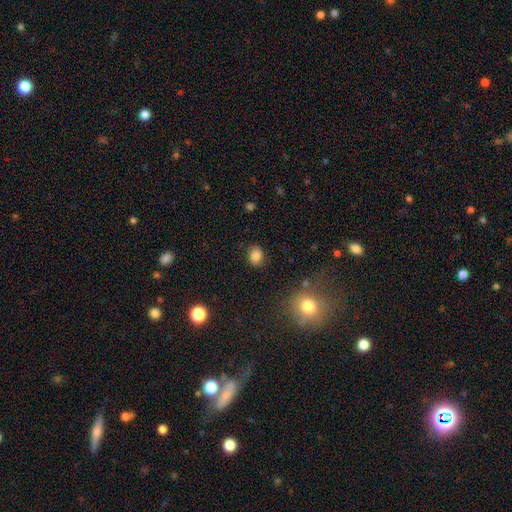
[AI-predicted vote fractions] This appears to be a smooth galaxy with no disk features (84%) that is in between round and cigar-shaped (56%). Merging: none (84%).